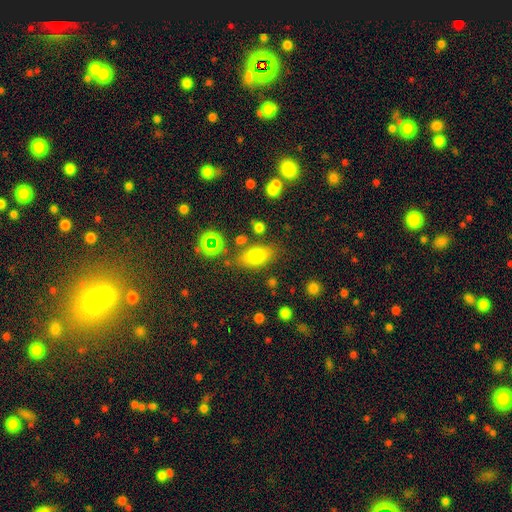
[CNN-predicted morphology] smooth_or_featured: smooth (p=0.72) [alt: featured or disk p=0.15]
how_rounded: in between (p=0.80) [alt: round p=0.10]
merging: none (p=0.74) [alt: minor disturbance p=0.14]